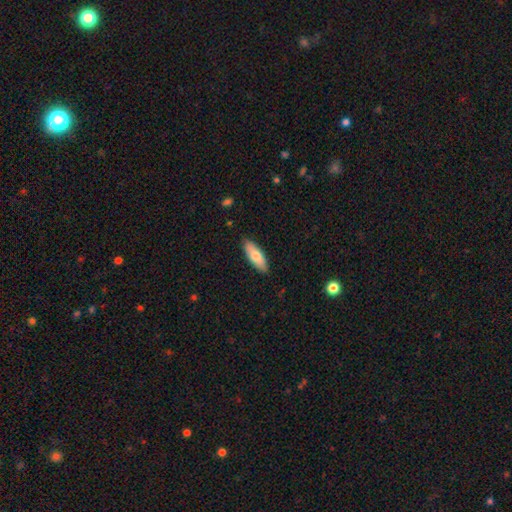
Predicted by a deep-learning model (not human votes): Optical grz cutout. It shows a smooth galaxy with no disk features (75%) that is in between round and cigar-shaped (63%). Merging: none (87%).